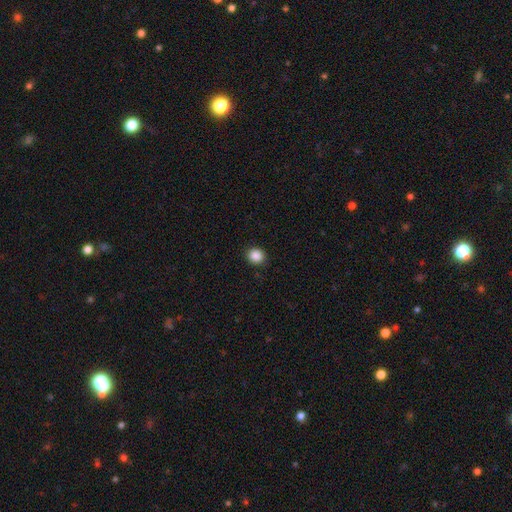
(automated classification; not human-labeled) smooth-or-featured: smooth: 88% | star or artifact: 10% | featured or disk: 3%
  how-rounded: round: 84% | in between: 15% | cigar-shaped: 1%
  merging: none: 91% | minor disturbance: 6% | major disturbance: 2% | merger: 1%